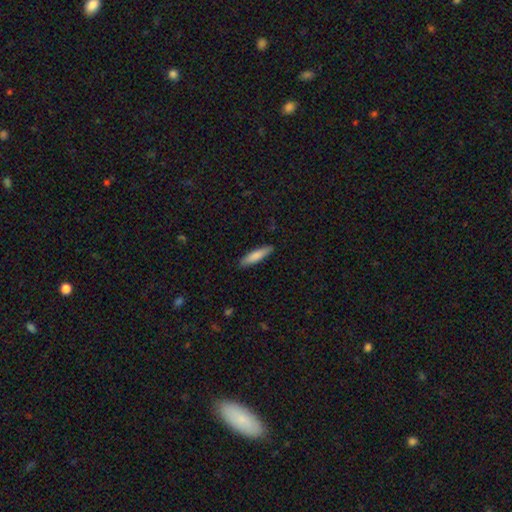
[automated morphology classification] Overall: smooth (82%). How rounded: cigar-shaped (78%). Merging: none (89%).